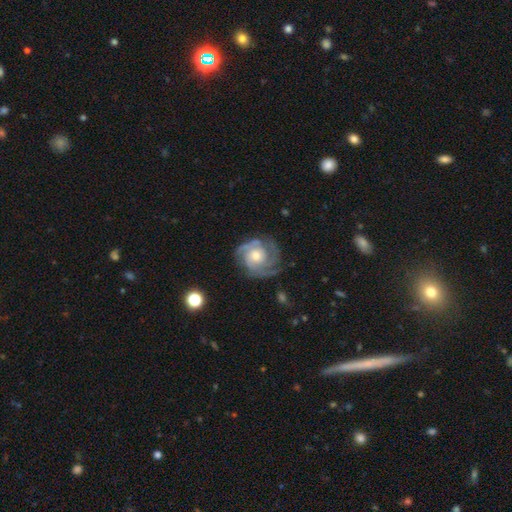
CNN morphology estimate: A featured or disk galaxy (89%) with no bar (75%), 3 (49%) tight (65%) spiral arms (98%) and a moderate central bulge (65%).

Vote fractions:
- Smooth or featured? featured or disk: 89% / smooth: 6% / star or artifact: 5%
- Edge-on disk? no: 98% / yes: 2%
- Bar? no: 75% / weak: 20% / strong: 5%
- Spiral arms? yes: 98% / no: 2%
- Spiral winding? tight: 65% / medium: 31% / loose: 4%
- Spiral arm count? 3: 49% / 2: 22% / can't tell: 11% / 4: 9% / 1: 5% / more than 4: 5%
- Bulge size? moderate: 65% / small: 26% / large: 6% / none: 1% / dominant: 1%
- Merging? none: 78% / minor disturbance: 16% / major disturbance: 5% / merger: 1%